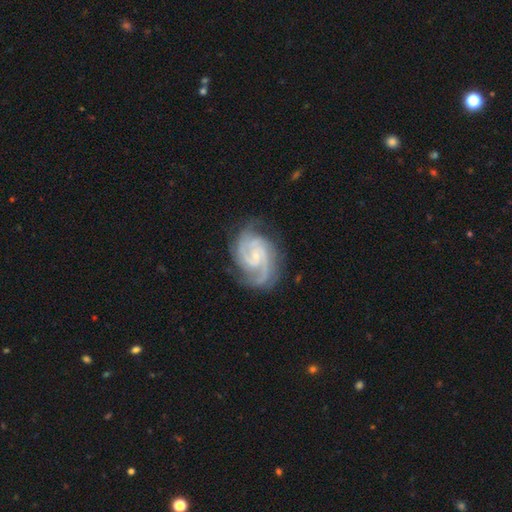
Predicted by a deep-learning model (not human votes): Smooth or featured?
  - featured or disk: 92% *
  - star or artifact: 4%
  - smooth: 4%
Edge-on disk?
  - no: 98% *
  - yes: 2%
Bar?
  - no: 58% *
  - weak: 35%
  - strong: 8%
Spiral arms?
  - yes: 98% *
  - no: 2%
Spiral winding?
  - tight: 50% *
  - medium: 44%
  - loose: 6%
Spiral arm count?
  - 2: 45% *
  - 3: 32%
  - can't tell: 8%
  - 4: 6%
  - 1: 4%
  - more than 4: 4%
Bulge size?
  - small: 77% *
  - moderate: 18%
  - none: 3%
  - large: 1%
  - dominant: 1%
Merging?
  - none: 75% *
  - minor disturbance: 17%
  - major disturbance: 6%
  - merger: 1%